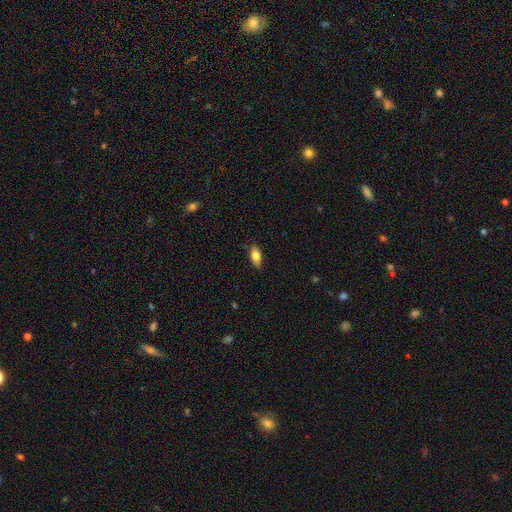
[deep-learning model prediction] smooth 80%, featured or disk 13%, star or artifact 7%. Down the decision tree: how rounded — in between (86%); merging — none (83%).